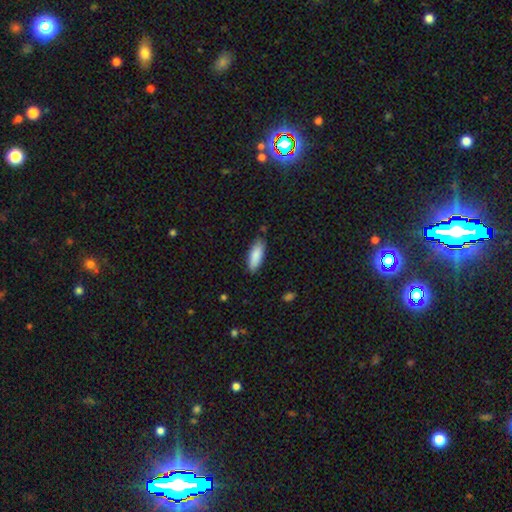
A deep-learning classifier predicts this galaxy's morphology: This appears to be a smooth galaxy with no disk features (86%) that is in between round and cigar-shaped (68%). Merging: none (80%).